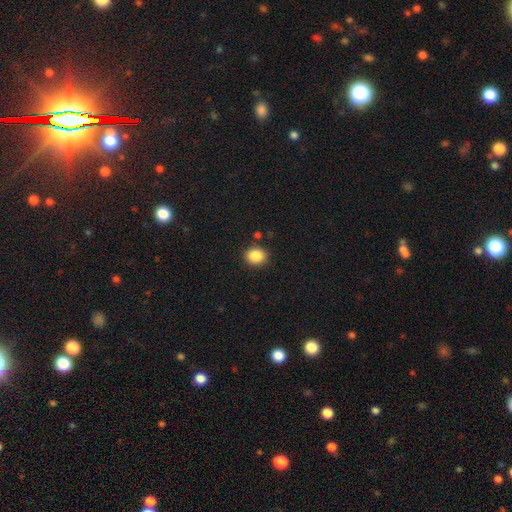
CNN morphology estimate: Smooth or featured? Predicted: smooth (p=0.87). How rounded? Predicted: round (p=0.71). Merging? Predicted: none (p=0.87).